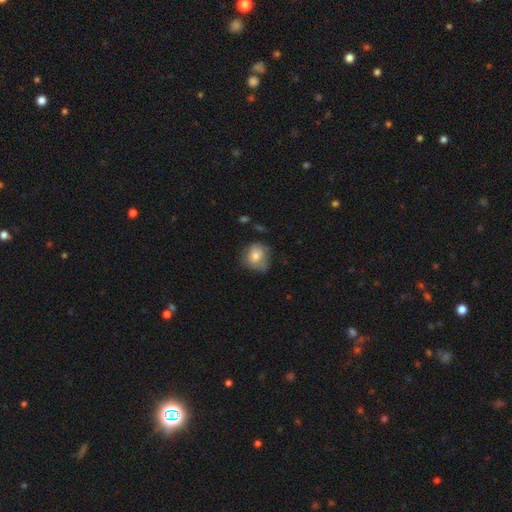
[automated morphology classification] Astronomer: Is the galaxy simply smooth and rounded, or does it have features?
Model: smooth — 72%.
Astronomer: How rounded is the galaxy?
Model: round — 75%.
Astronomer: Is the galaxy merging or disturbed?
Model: none — 58%.